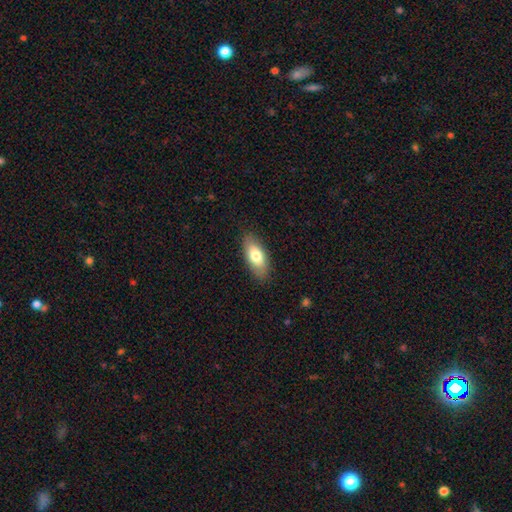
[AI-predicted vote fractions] Smooth or featured?
  - smooth: 75% *
  - featured or disk: 19%
  - star or artifact: 6%
How rounded?
  - in between: 85% *
  - cigar-shaped: 12%
  - round: 3%
Merging?
  - none: 86% *
  - minor disturbance: 11%
  - major disturbance: 2%
  - merger: 1%